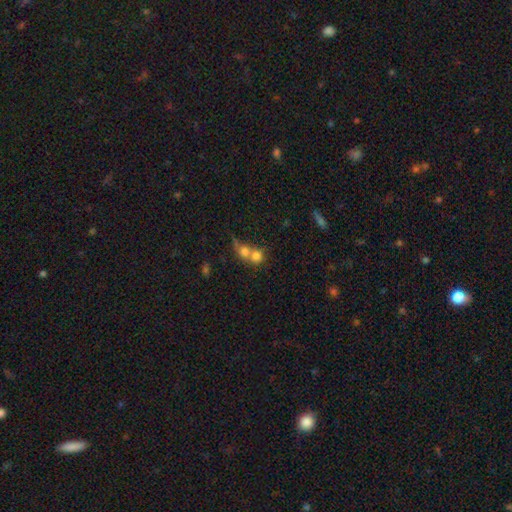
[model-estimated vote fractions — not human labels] Smooth or featured? Predicted: smooth (p=0.73). How rounded? Predicted: round (p=0.75). Merging? Predicted: merger (p=0.69).